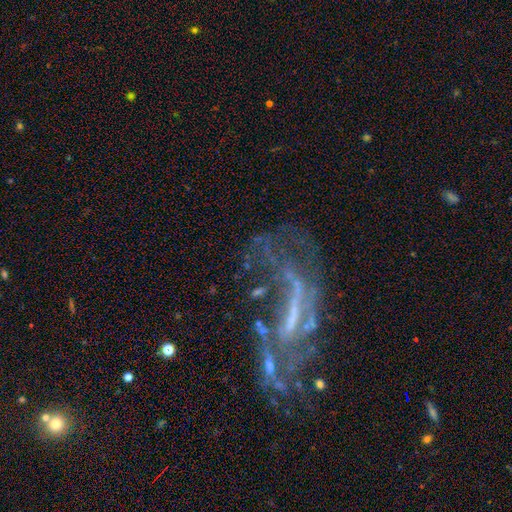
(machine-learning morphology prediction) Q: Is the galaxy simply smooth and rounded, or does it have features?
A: featured or disk — 71%.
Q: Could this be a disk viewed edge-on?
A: no — 88%.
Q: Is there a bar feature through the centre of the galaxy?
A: strong — 43%.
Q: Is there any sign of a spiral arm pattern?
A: yes — 64%.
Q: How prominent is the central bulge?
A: none — 56%.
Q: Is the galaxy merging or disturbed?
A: major disturbance — 38%, tied with none.